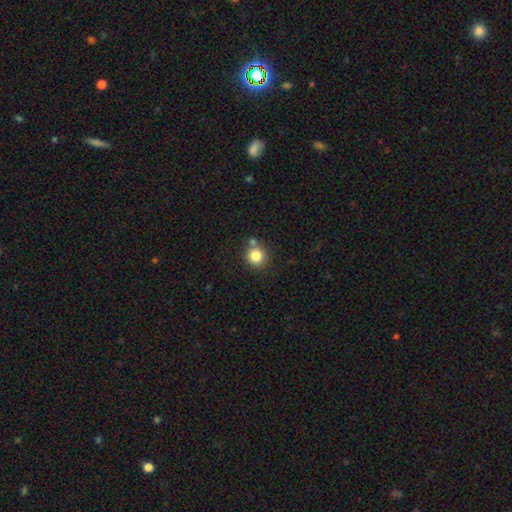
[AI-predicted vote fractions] smooth_or_featured: smooth (p=0.82) [alt: star or artifact p=0.11]
how_rounded: round (p=0.89) [alt: in between p=0.11]
merging: none (p=0.71) [alt: merger p=0.16]